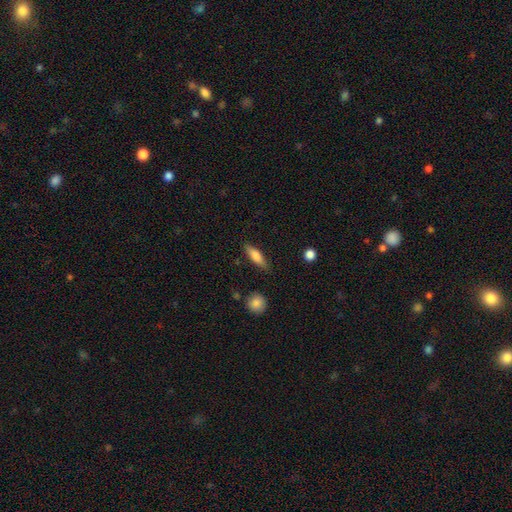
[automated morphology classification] smooth-or-featured: smooth: 69% | featured or disk: 25% | star or artifact: 7%
  how-rounded: cigar-shaped: 52% | in between: 45% | round: 3%
  merging: none: 82% | minor disturbance: 13% | major disturbance: 3% | merger: 2%